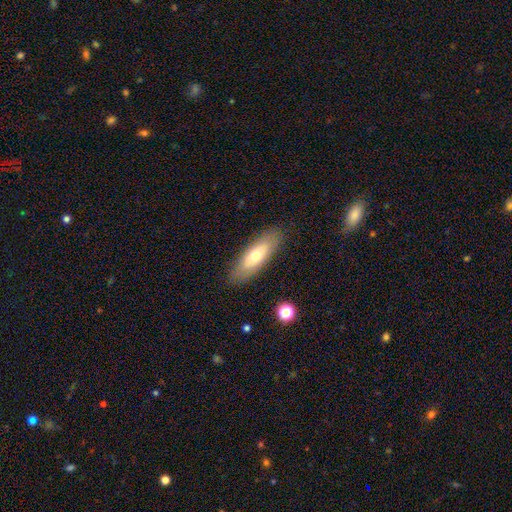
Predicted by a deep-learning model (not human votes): Smooth or featured: smooth — 62% (featured or disk — 32%)
How rounded: in between — 55% (cigar-shaped — 43%)
Merging: none — 87% (minor disturbance — 10%)